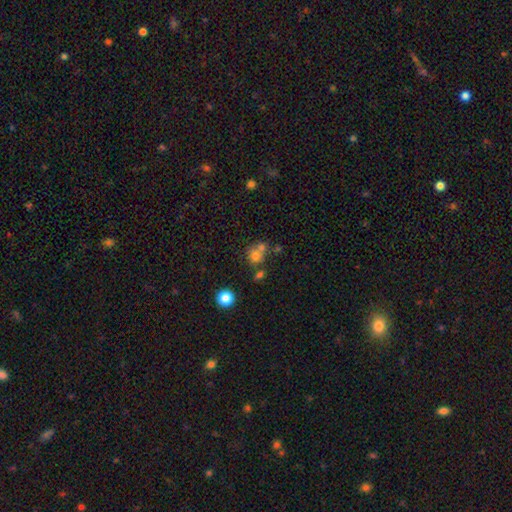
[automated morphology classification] smooth-or-featured: smooth: 69% | star or artifact: 17% | featured or disk: 15%
  how-rounded: round: 78% | in between: 21% | cigar-shaped: 1%
  merging: merger: 44% | none: 43% | minor disturbance: 9% | major disturbance: 5%